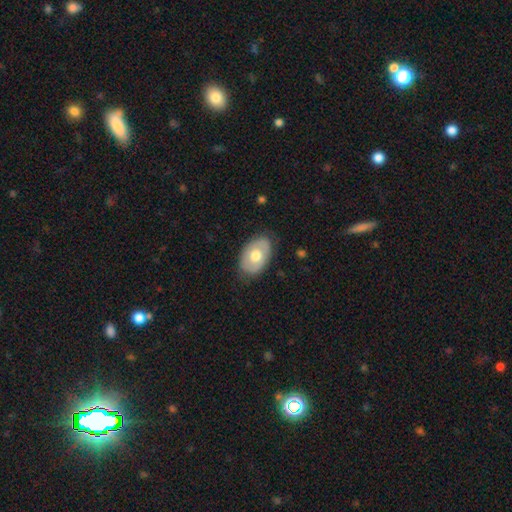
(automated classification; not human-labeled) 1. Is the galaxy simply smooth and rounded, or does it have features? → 58% smooth, 37% featured or disk, 6% star or artifact.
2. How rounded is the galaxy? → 86% in between, 13% round, 1% cigar-shaped.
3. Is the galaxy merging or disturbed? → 79% none, 16% minor disturbance, 4% major disturbance, 1% merger.